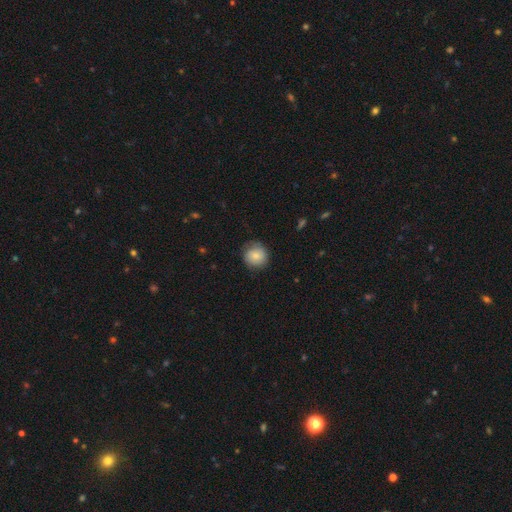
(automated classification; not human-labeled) A smooth galaxy with no disk features (77%) that is round (89%). Merging: none (76%).